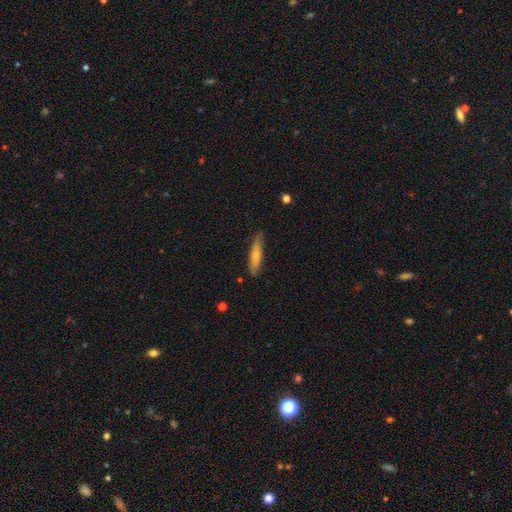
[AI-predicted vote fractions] Smooth or featured? smooth (67%)
How rounded? cigar-shaped (77%)
Merging? none (78%)